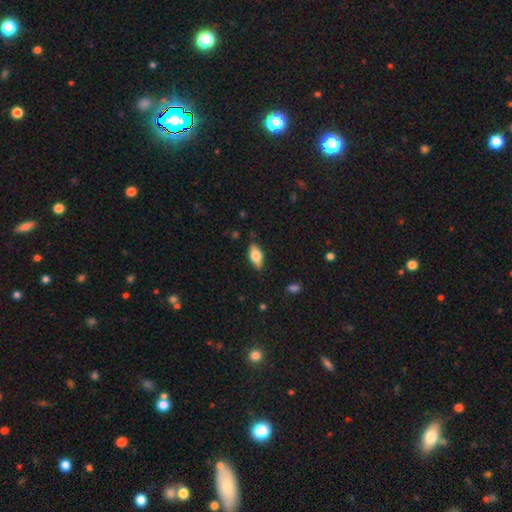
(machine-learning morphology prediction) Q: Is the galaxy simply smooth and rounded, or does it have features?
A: smooth — 62%.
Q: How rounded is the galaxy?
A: in between — 81%.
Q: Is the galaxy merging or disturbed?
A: none — 84%.